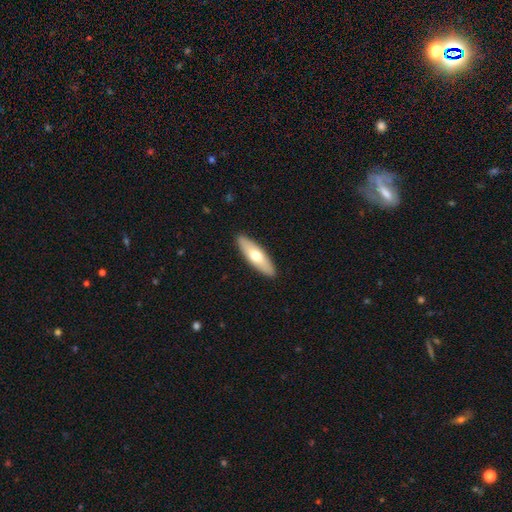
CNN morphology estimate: Smooth or featured? smooth (63%)
How rounded? cigar-shaped (53%)
Merging? none (91%)